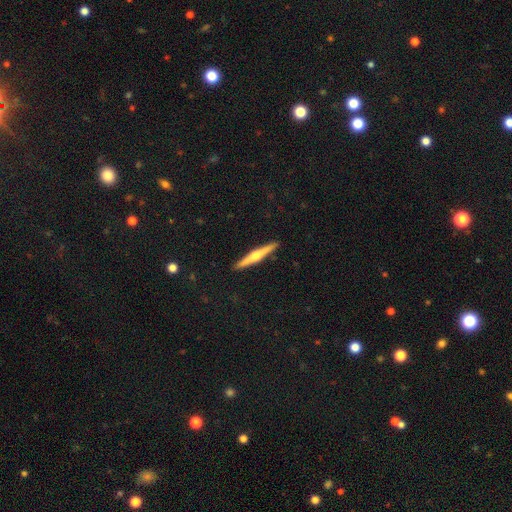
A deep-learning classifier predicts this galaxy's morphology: Overall: featured or disk (67%; smooth 27%). Edge-on disk: yes (98%). Edge-on bulge: rounded (89%). Merging: none (92%).